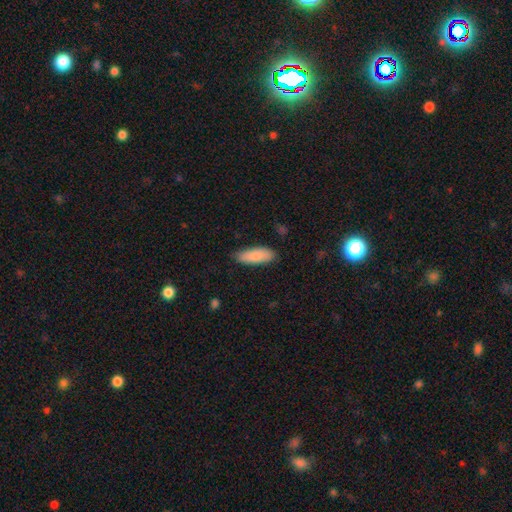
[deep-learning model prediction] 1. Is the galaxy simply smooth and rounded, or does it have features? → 88% smooth, 6% featured or disk, 6% star or artifact.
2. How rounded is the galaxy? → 66% in between, 33% cigar-shaped, 2% round.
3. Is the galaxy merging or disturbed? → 84% none, 12% minor disturbance, 2% major disturbance, 1% merger.